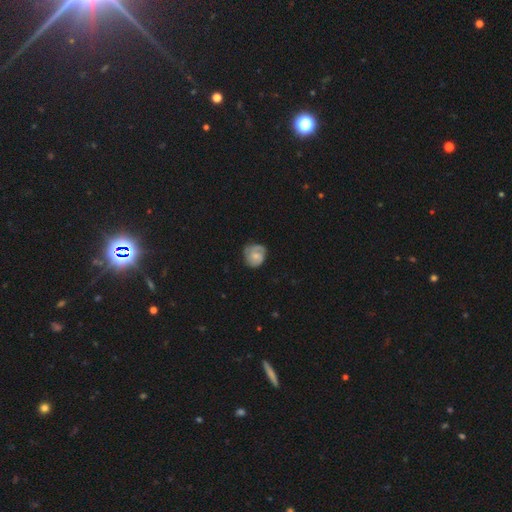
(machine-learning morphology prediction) The model was most divided on "smooth or featured": featured or disk: 48%, smooth: 45%, star or artifact: 7%. More confident: merging — none (61%).